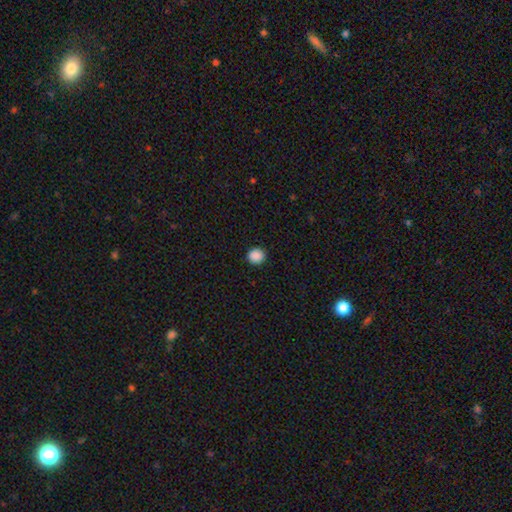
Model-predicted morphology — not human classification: Smooth or featured: smooth — 89% (star or artifact — 9%)
How rounded: round — 91% (in between — 8%)
Merging: none — 92% (minor disturbance — 5%)